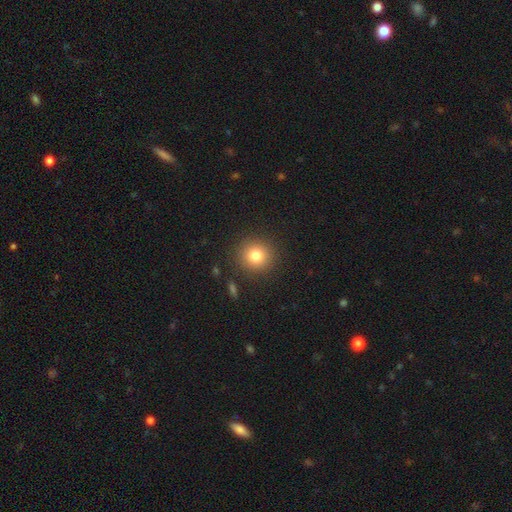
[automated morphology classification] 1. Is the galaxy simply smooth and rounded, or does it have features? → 81% smooth, 11% star or artifact, 8% featured or disk.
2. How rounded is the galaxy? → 92% round, 7% in between, 1% cigar-shaped.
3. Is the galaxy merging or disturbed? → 90% none, 6% minor disturbance, 3% major disturbance, 2% merger.